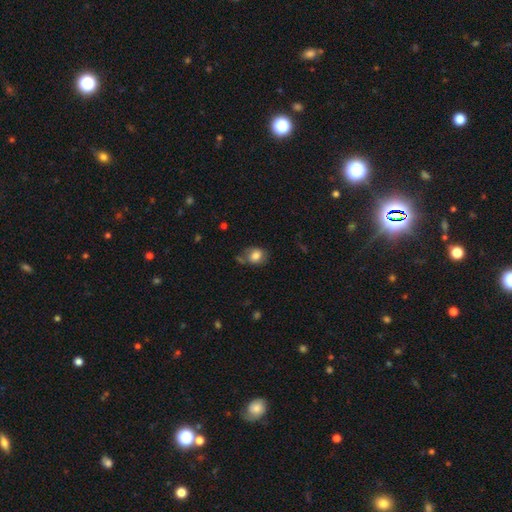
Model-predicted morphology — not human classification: Smooth or featured? Predicted: smooth (p=0.79). How rounded? Predicted: in between (p=0.54). Merging? Predicted: none (p=0.57).